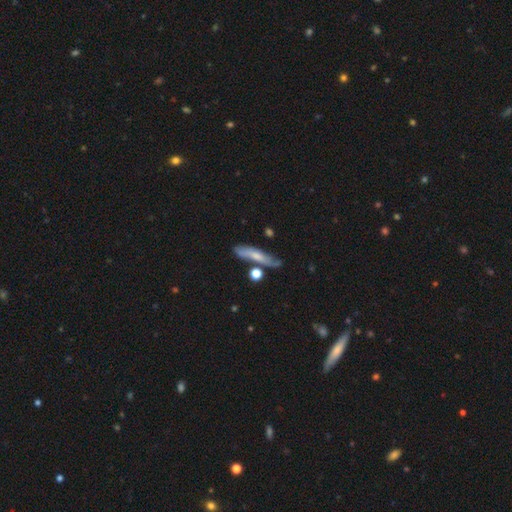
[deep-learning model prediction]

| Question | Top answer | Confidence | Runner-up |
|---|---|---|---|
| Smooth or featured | smooth | 54% | featured or disk (38%) |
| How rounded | cigar-shaped | 78% | in between (17%) |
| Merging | none | 63% | minor disturbance (21%) |